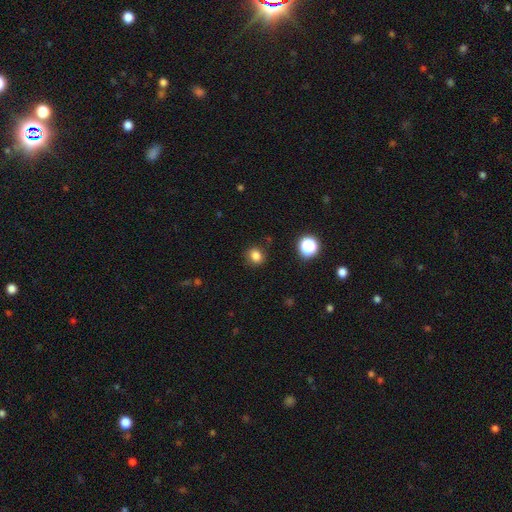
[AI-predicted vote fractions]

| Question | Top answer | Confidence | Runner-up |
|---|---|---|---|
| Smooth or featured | smooth | 82% | star or artifact (14%) |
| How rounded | round | 75% | in between (24%) |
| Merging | none | 85% | minor disturbance (10%) |